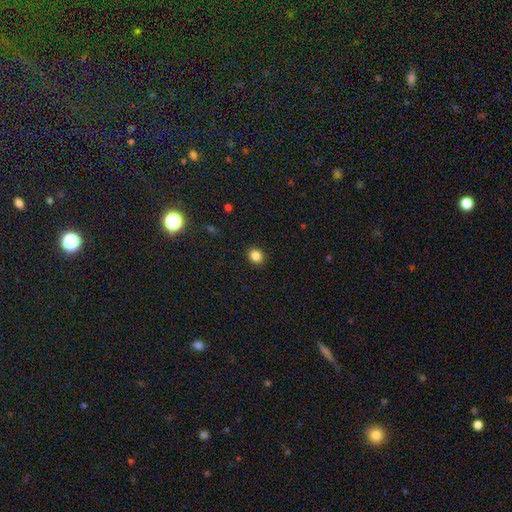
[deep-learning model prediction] This is clearly a smooth galaxy (84%). How rounded: likely round (66%). Merging: clearly none (91%).